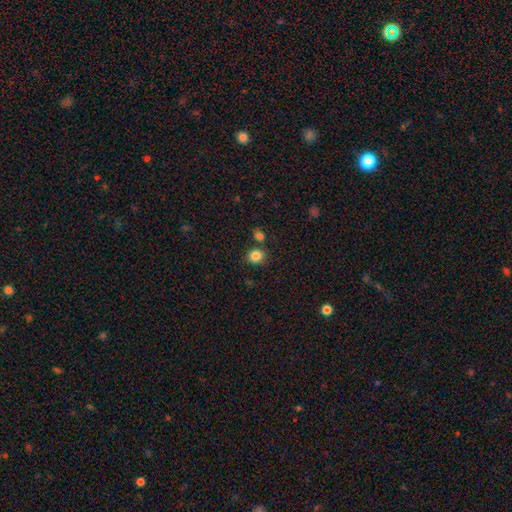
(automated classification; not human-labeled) smooth-or-featured: smooth: 85% | star or artifact: 11% | featured or disk: 5%
  how-rounded: round: 77% | in between: 22% | cigar-shaped: 1%
  merging: none: 79% | merger: 10% | minor disturbance: 9% | major disturbance: 3%